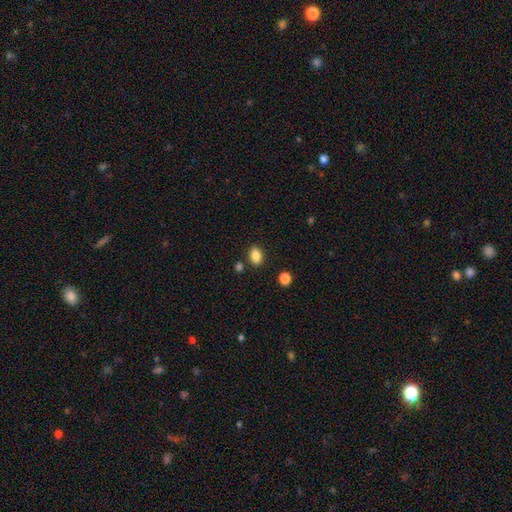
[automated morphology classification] type=smooth (86%); roundness=in between (84%); merging=none (83%).